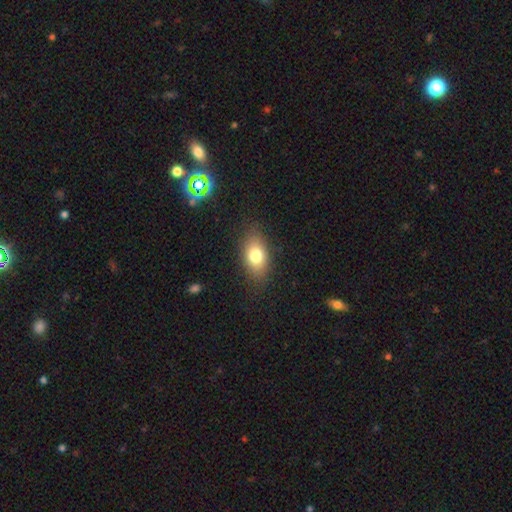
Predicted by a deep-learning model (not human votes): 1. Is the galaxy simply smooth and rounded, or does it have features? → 76% smooth, 14% featured or disk, 10% star or artifact.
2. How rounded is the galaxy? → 84% in between, 13% round, 4% cigar-shaped.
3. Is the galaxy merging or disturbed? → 83% none, 12% minor disturbance, 4% major disturbance, 1% merger.